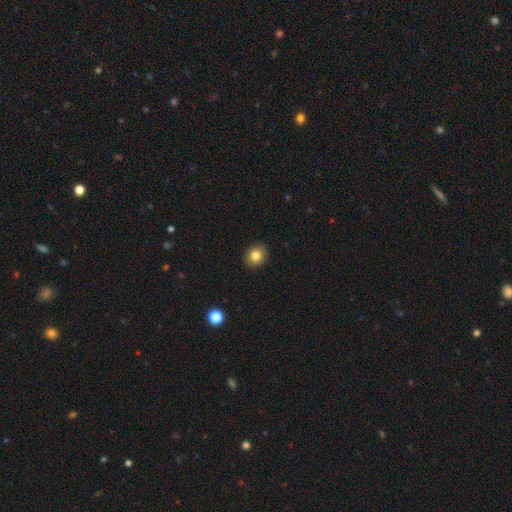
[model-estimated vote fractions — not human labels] A smooth galaxy with no disk features (83%) that is round (74%).

Vote fractions:
- Smooth or featured? smooth: 83% / star or artifact: 10% / featured or disk: 7%
- How rounded? round: 74% / in between: 25% / cigar-shaped: 1%
- Merging? none: 90% / minor disturbance: 7% / major disturbance: 2% / merger: 1%